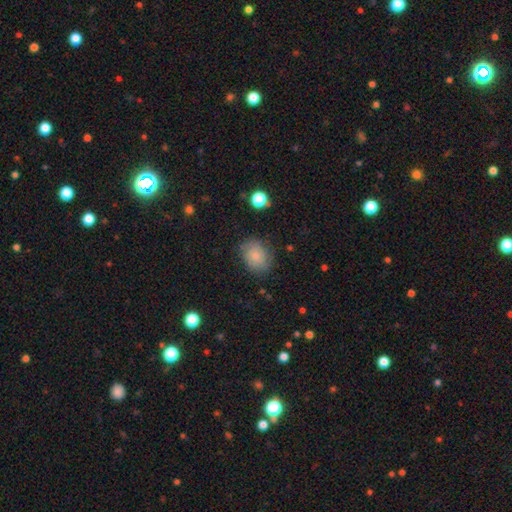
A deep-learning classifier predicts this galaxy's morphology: Overall: smooth (75%). How rounded: in between (55%; round 44%). Merging: none (76%).